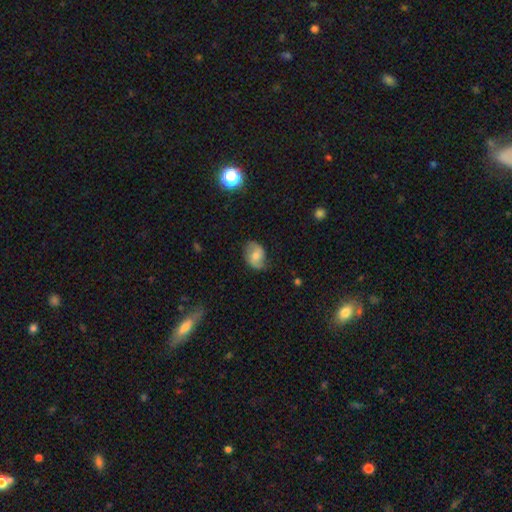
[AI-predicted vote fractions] The model was most divided on "smooth or featured": smooth: 48%, featured or disk: 44%, star or artifact: 9%. More confident: merging — none (69%).